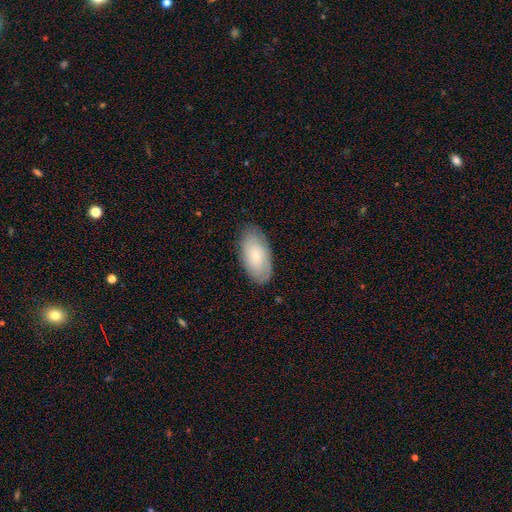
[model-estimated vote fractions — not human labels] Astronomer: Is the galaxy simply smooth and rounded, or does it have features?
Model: smooth — 66%.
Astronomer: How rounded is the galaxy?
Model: in between — 94%.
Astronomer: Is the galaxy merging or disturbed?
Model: none — 83%.